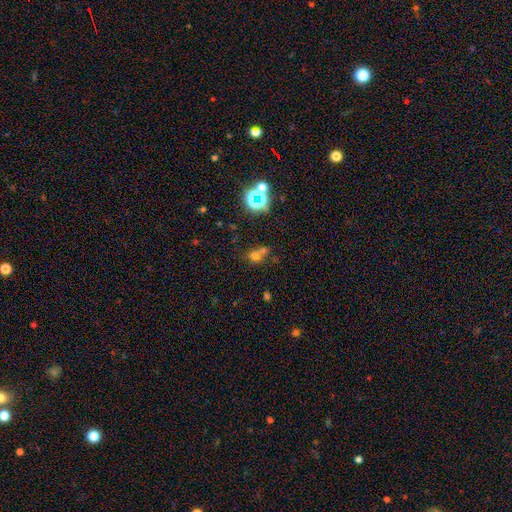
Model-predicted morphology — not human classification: The model was most divided on "merging": none: 43%, merger: 42%, minor disturbance: 9%, major disturbance: 6%. More confident: how rounded — round (75%); smooth or featured — smooth (60%).